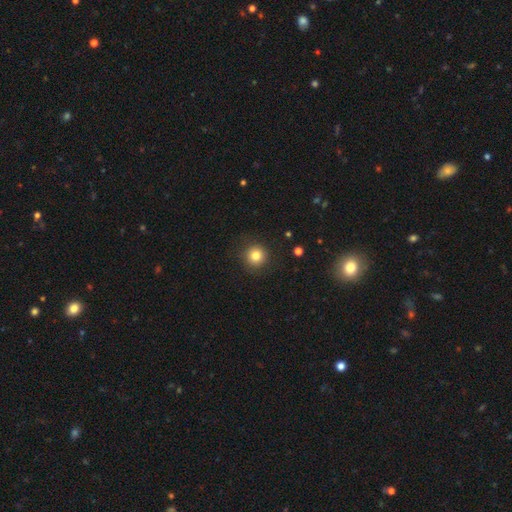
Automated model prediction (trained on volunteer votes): This is clearly a smooth galaxy (81%). How rounded: clearly round (95%). Merging: clearly none (90%).